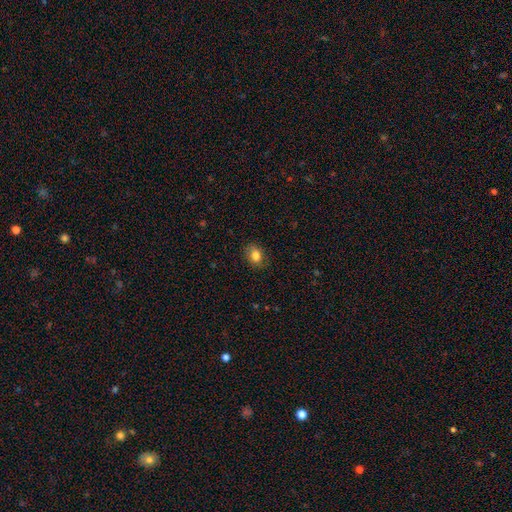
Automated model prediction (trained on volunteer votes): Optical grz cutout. It shows a smooth galaxy with no disk features (83%) that is in between round and cigar-shaped (66%). Merging: none (85%).